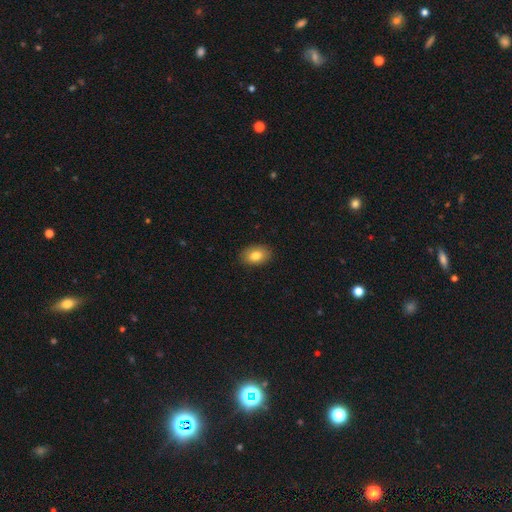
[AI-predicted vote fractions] Smooth or featured?
  - smooth: 82% *
  - featured or disk: 10%
  - star or artifact: 8%
How rounded?
  - in between: 85% *
  - round: 14%
  - cigar-shaped: 1%
Merging?
  - none: 89% *
  - minor disturbance: 9%
  - major disturbance: 2%
  - merger: 1%